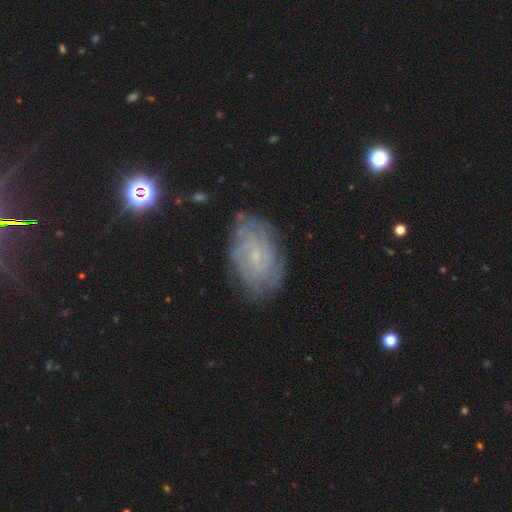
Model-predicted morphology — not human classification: This appears to be a featured or disk galaxy (74%) with no bar (63%), tight (66%) spiral arms (90%) and a small central bulge (81%). Merging: none (77%).